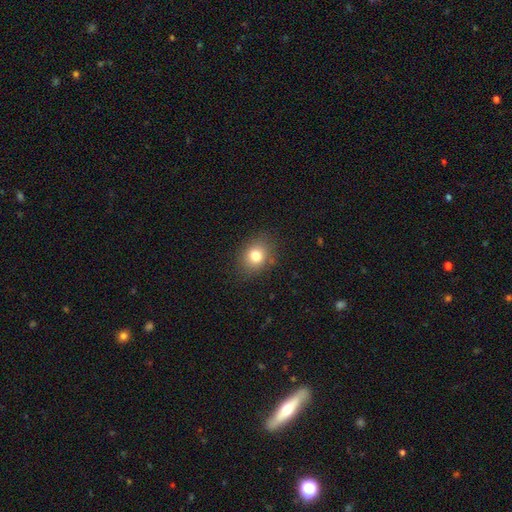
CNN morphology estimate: Smooth or featured? smooth (79%)
How rounded? round (53%)
Merging? none (84%)